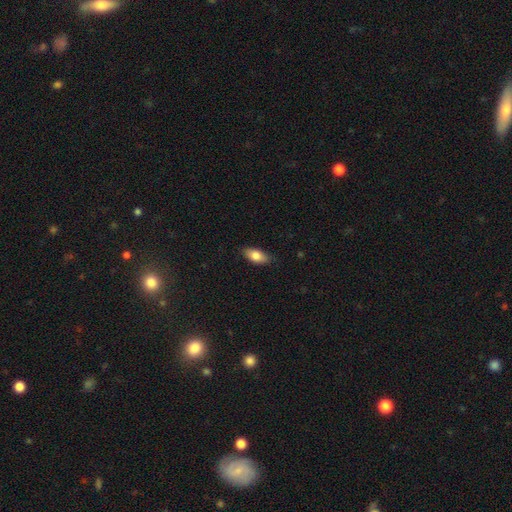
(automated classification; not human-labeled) smooth-or-featured: smooth: 81% | featured or disk: 13% | star or artifact: 7%
  how-rounded: in between: 88% | cigar-shaped: 8% | round: 4%
  merging: none: 84% | minor disturbance: 13% | major disturbance: 2% | merger: 1%